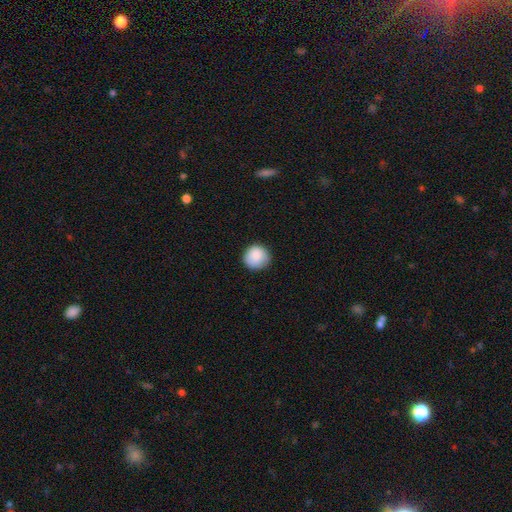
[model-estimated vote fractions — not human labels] Q: Smooth or featured?
A: smooth (87%); runner-up: star or artifact (7%)
Q: How rounded?
A: round (93%); runner-up: in between (6%)
Q: Merging?
A: none (84%); runner-up: minor disturbance (12%)